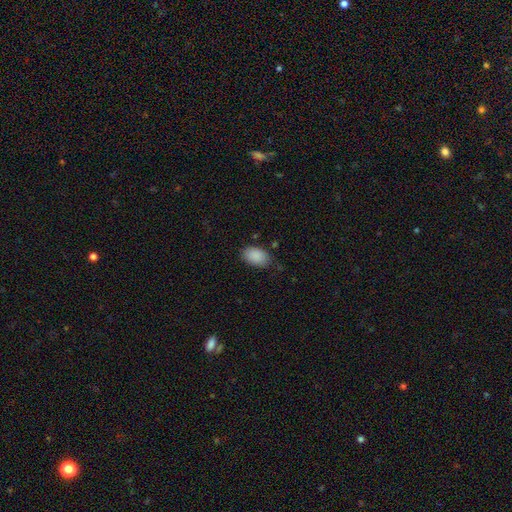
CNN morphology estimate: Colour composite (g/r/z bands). It shows a smooth galaxy with no disk features (89%) that is in between round and cigar-shaped (90%). Merging: none (80%).